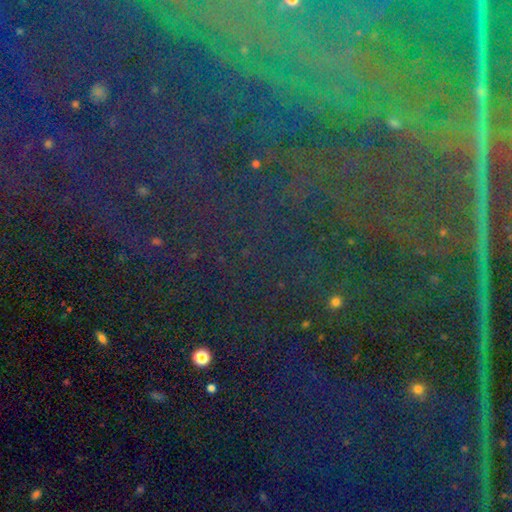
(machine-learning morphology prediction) Smooth or featured: star or artifact — 81% (featured or disk — 10%)